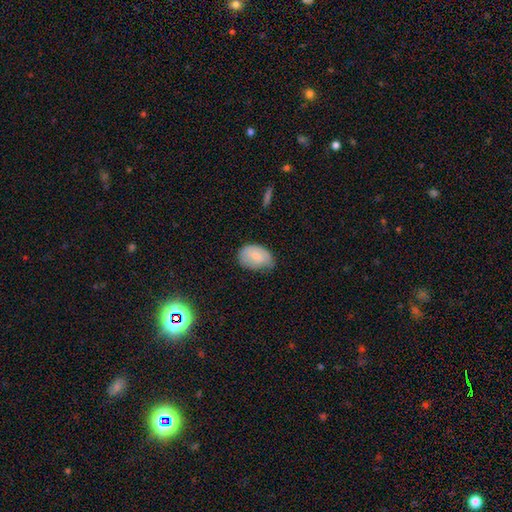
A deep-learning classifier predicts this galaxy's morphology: smooth 77%, featured or disk 16%, star or artifact 7%. Down the decision tree: how rounded — in between (85%); merging — none (54%).